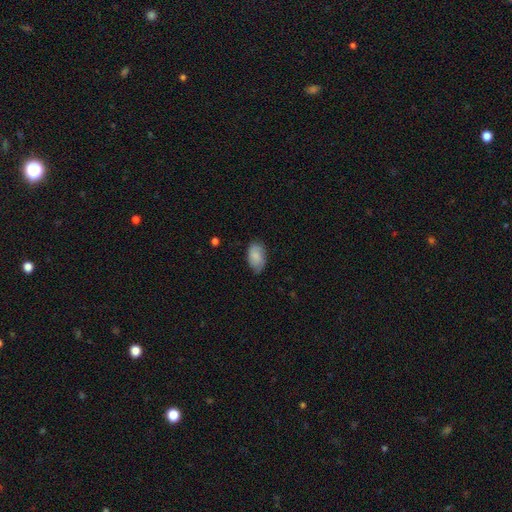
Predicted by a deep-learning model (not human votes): A smooth galaxy with no disk features (83%) that is in between round and cigar-shaped (93%).

Vote fractions:
- Smooth or featured? smooth: 83% / featured or disk: 10% / star or artifact: 6%
- How rounded? in between: 93% / round: 5% / cigar-shaped: 2%
- Merging? none: 72% / minor disturbance: 23% / major disturbance: 4% / merger: 1%